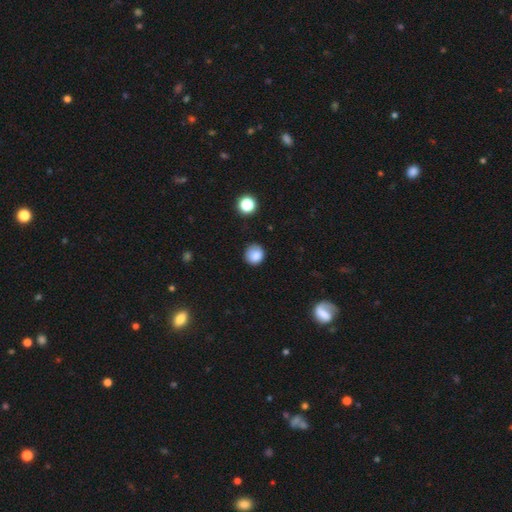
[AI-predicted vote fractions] Smooth or featured: smooth — 83% (star or artifact — 10%)
How rounded: round — 85% (in between — 14%)
Merging: none — 77% (minor disturbance — 17%)